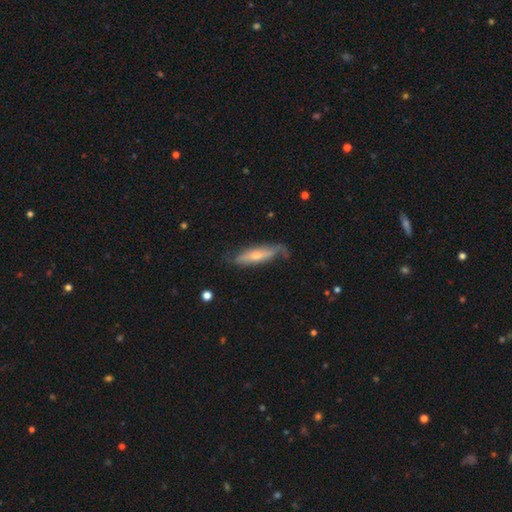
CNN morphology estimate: Smooth or featured?
  - featured or disk: 57% *
  - smooth: 36%
  - star or artifact: 7%
Edge-on disk?
  - yes: 59% *
  - no: 41%
Merging?
  - none: 60% *
  - minor disturbance: 27%
  - major disturbance: 11%
  - merger: 2%